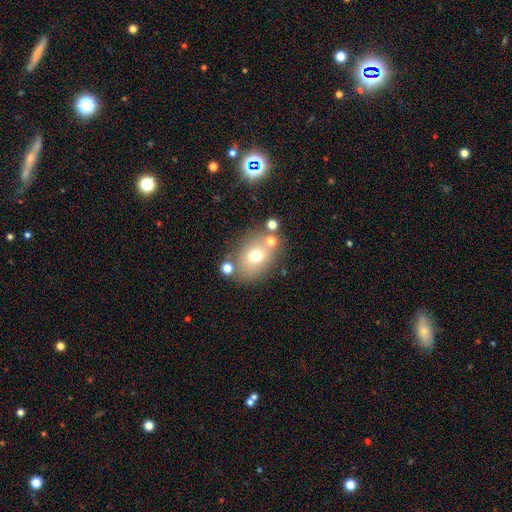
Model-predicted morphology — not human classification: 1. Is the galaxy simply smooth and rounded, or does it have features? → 65% smooth, 23% featured or disk, 13% star or artifact.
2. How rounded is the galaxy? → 69% in between, 30% round, 1% cigar-shaped.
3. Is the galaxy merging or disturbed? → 66% none, 15% minor disturbance, 12% merger, 7% major disturbance.